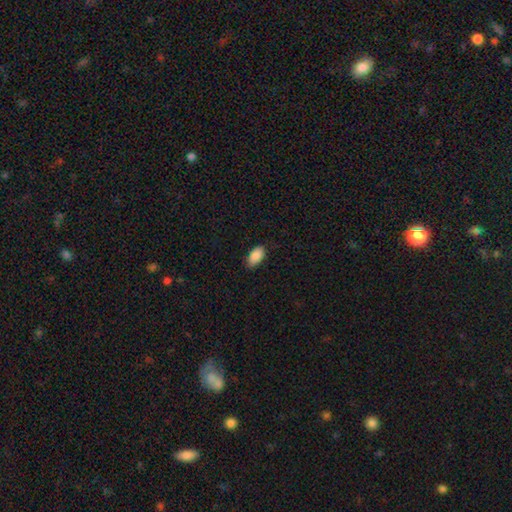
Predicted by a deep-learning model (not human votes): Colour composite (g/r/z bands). It shows a smooth galaxy with no disk features (89%) that is in between round and cigar-shaped (94%). Merging: none (82%).